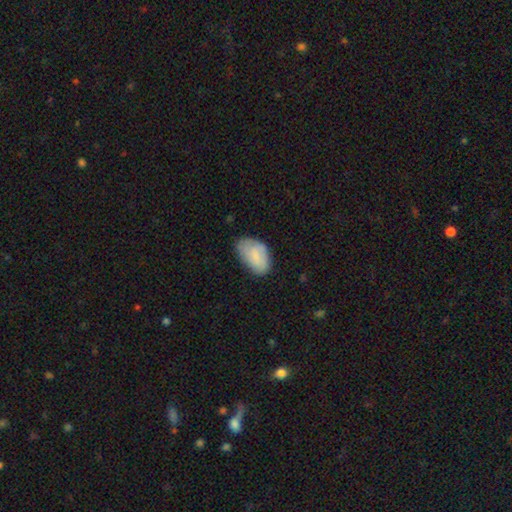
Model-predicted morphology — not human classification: smooth 79%, featured or disk 14%, star or artifact 6%. Down the decision tree: how rounded — in between (93%); merging — none (61%).